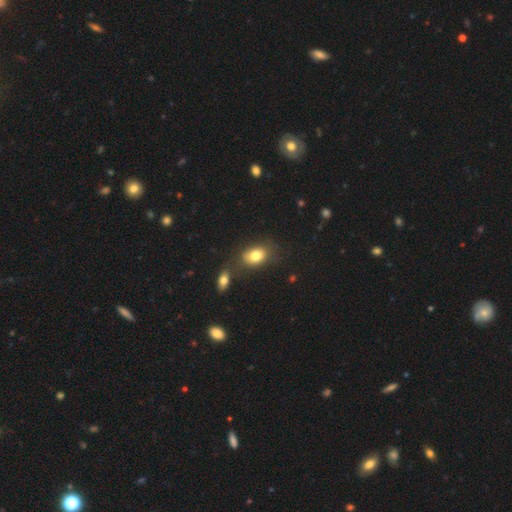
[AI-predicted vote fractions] Overall: smooth (79%). How rounded: in between (79%). Merging: none (67%).